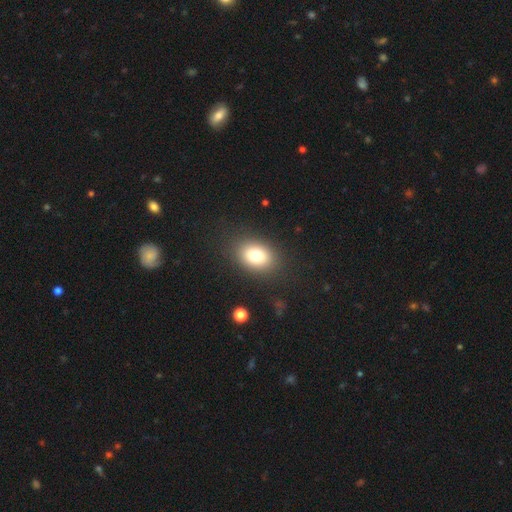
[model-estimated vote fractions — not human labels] Smooth or featured: smooth — 78% (featured or disk — 12%)
How rounded: in between — 73% (round — 26%)
Merging: none — 86% (minor disturbance — 9%)